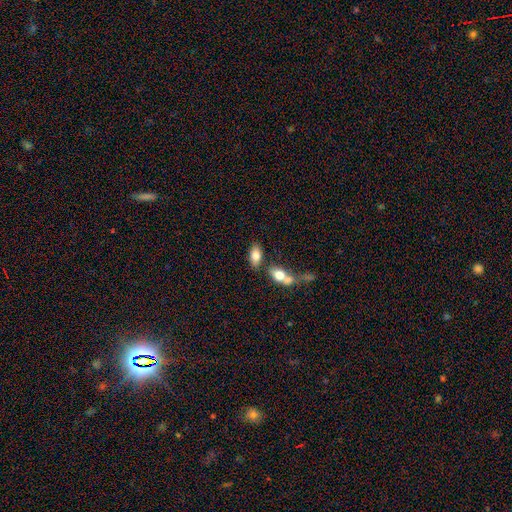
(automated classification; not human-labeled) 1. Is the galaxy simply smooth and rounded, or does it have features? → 80% smooth, 12% featured or disk, 8% star or artifact.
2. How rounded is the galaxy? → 90% in between, 6% round, 4% cigar-shaped.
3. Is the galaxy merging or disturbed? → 56% none, 26% merger, 12% minor disturbance, 6% major disturbance.